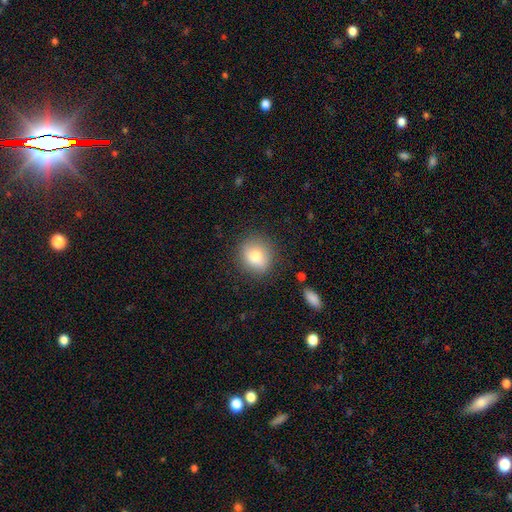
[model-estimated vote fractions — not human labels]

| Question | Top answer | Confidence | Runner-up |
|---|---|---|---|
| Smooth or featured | smooth | 75% | featured or disk (15%) |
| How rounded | round | 84% | in between (15%) |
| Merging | none | 83% | minor disturbance (12%) |